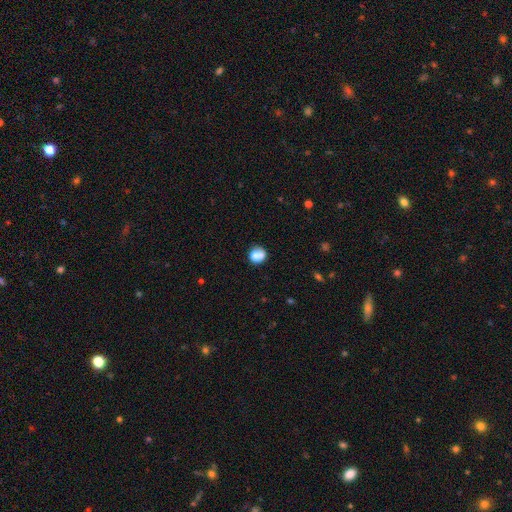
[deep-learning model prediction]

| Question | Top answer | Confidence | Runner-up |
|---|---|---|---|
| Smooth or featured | smooth | 77% | featured or disk (14%) |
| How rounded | round | 79% | in between (20%) |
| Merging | none | 57% | minor disturbance (23%) |